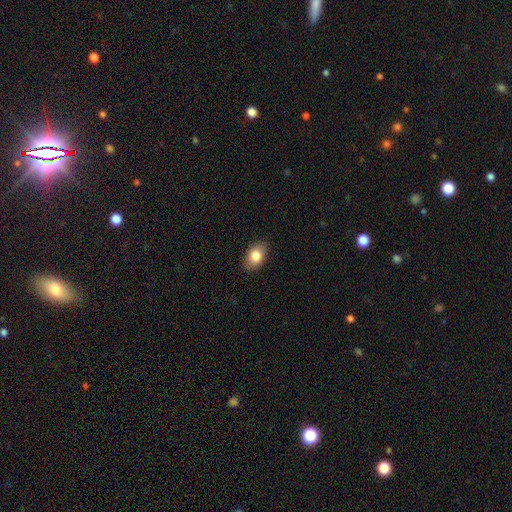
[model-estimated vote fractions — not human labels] Smooth or featured? Predicted: smooth (p=0.83). How rounded? Predicted: in between (p=0.84). Merging? Predicted: none (p=0.85).